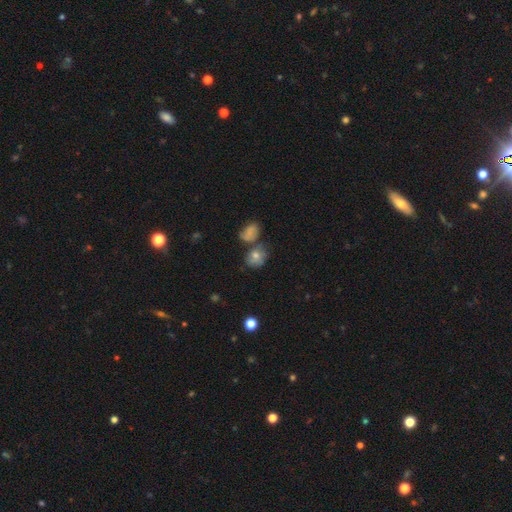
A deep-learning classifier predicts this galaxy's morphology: This appears to be a smooth galaxy with no disk features (62%) that is round (64%). Merging: none (55%).